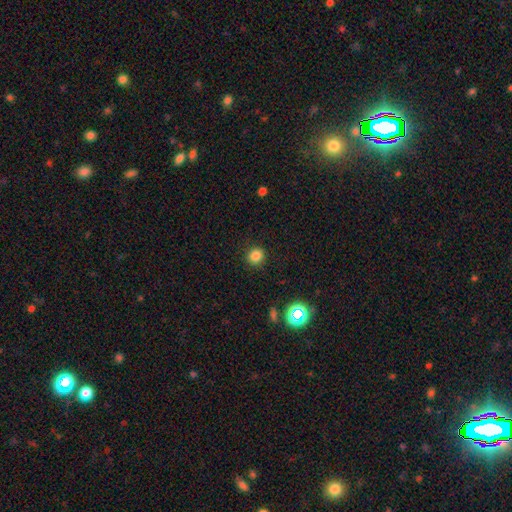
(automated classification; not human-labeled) Smooth or featured? Predicted: smooth (p=0.82). How rounded? Predicted: round (p=0.87). Merging? Predicted: none (p=0.90).